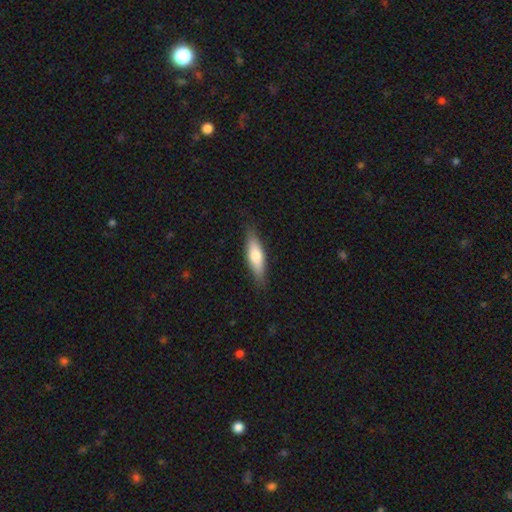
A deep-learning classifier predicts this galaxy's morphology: type=smooth (66%); roundness=cigar-shaped (56%); merging=none (83%).